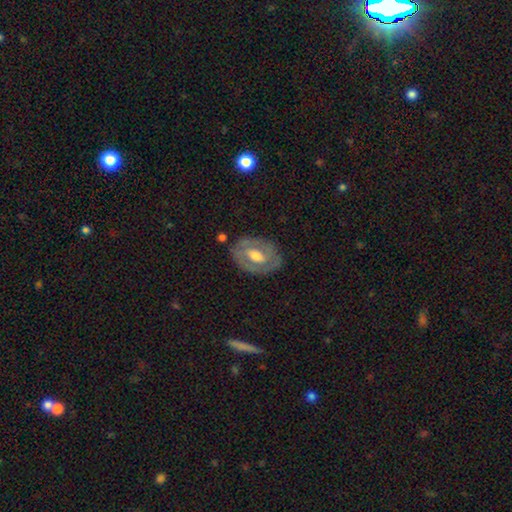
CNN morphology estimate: Smooth or featured: featured or disk — 59% (smooth — 35%)
Edge-on disk: no — 93% (yes — 7%)
Bar: no — 52% (weak — 35%)
Spiral arms: no — 69% (yes — 31%)
Bulge size: moderate — 68% (large — 20%)
Merging: none — 78% (minor disturbance — 15%)